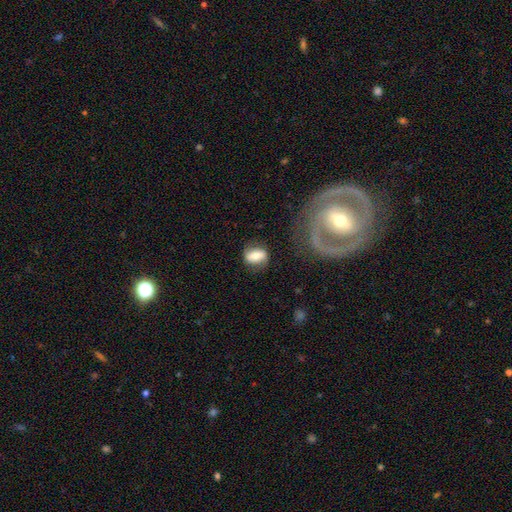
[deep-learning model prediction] smooth 60%, featured or disk 33%, star or artifact 8%. Down the decision tree: how rounded — in between (70%); merging — none (72%).